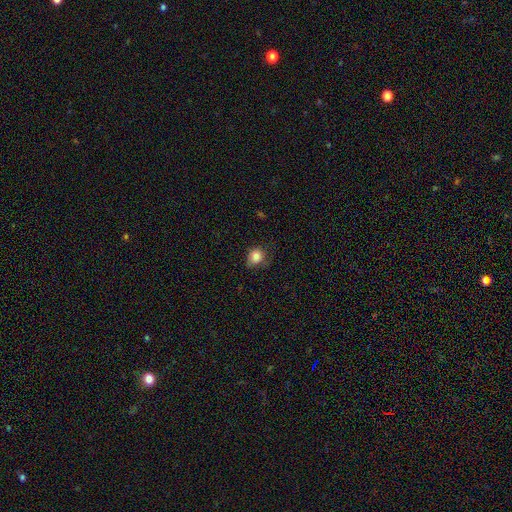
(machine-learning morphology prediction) Smooth or featured? Predicted: smooth (p=0.84). How rounded? Predicted: round (p=0.69). Merging? Predicted: none (p=0.62).